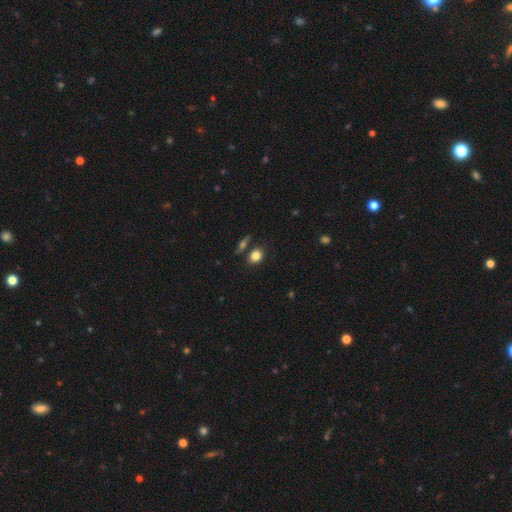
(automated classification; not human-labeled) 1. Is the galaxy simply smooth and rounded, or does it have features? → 83% smooth, 10% star or artifact, 8% featured or disk.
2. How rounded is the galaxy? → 54% in between, 44% round, 2% cigar-shaped.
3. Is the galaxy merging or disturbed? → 73% none, 13% minor disturbance, 11% merger, 4% major disturbance.